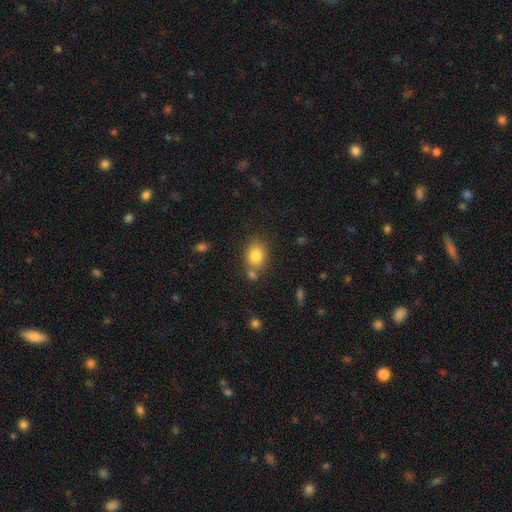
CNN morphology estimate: Smooth or featured? Predicted: smooth (p=0.82). How rounded? Predicted: in between (p=0.52). Merging? Predicted: none (p=0.67).